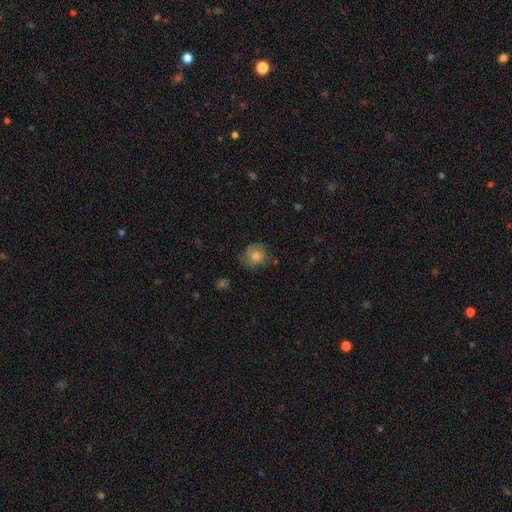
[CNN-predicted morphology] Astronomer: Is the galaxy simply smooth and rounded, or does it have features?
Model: smooth — 59%.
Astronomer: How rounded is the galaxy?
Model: round — 84%.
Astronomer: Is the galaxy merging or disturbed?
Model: none — 74%.